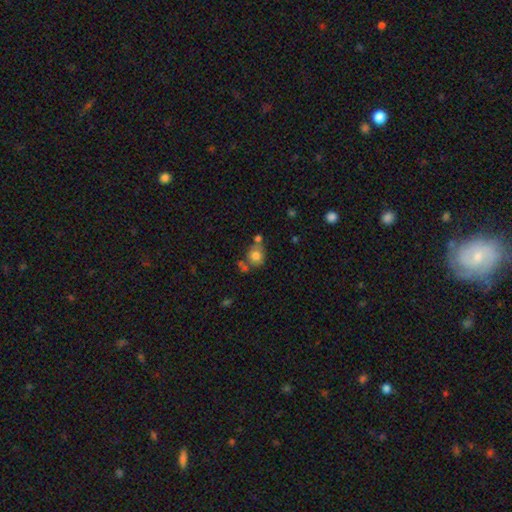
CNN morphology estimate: Smooth or featured: smooth — 77% (featured or disk — 13%)
How rounded: round — 78% (in between — 21%)
Merging: none — 53% (merger — 25%)